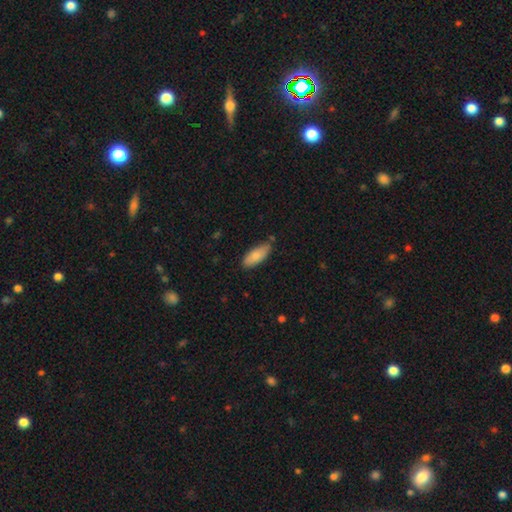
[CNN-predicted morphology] smooth_or_featured: smooth (p=0.81) [alt: featured or disk p=0.12]
how_rounded: in between (p=0.80) [alt: cigar-shaped p=0.18]
merging: none (p=0.75) [alt: minor disturbance p=0.19]